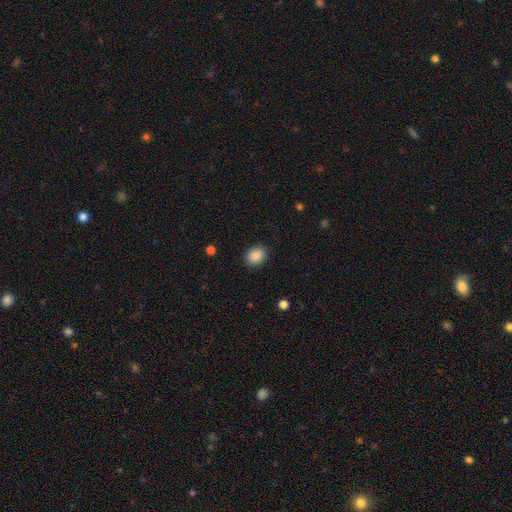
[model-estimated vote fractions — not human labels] smooth 88%, star or artifact 9%, featured or disk 3%. Down the decision tree: how rounded — round (51%); merging — none (89%).